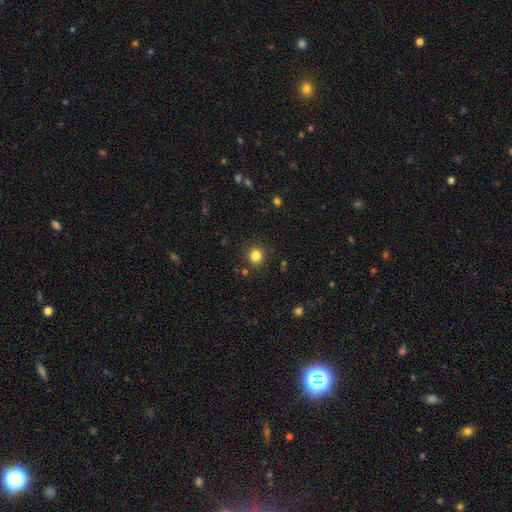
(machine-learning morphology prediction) type=smooth (82%); roundness=round (85%); merging=none (88%).